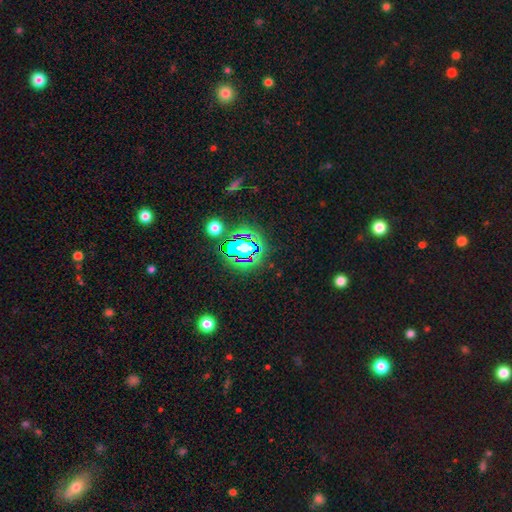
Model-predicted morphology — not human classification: This is clearly a star or artifact rather than a galaxy (80%).